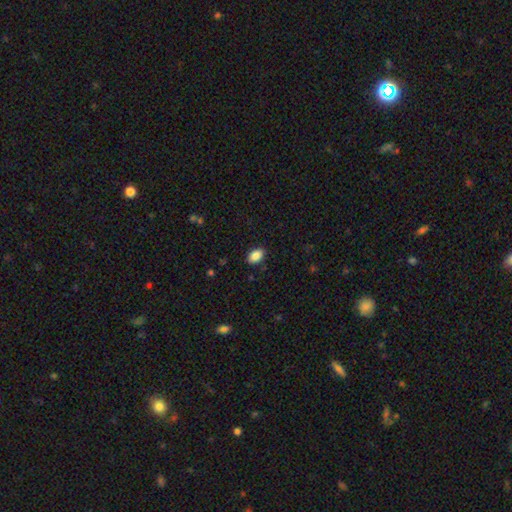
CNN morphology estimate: This appears to be a smooth galaxy with no disk features (88%) that is in between round and cigar-shaped (90%). Merging: none (89%).